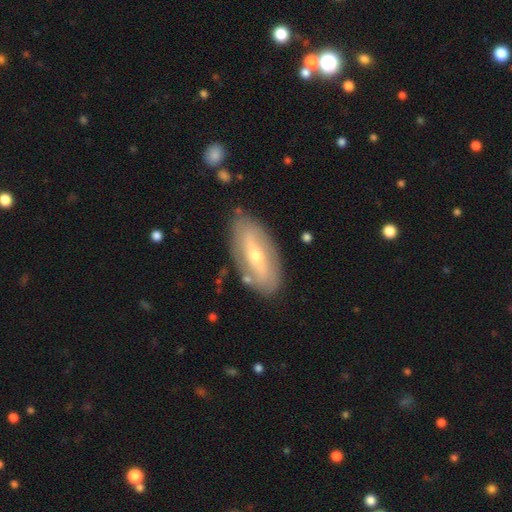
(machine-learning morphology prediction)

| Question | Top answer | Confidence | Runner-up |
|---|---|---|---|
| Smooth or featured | featured or disk | 66% | smooth (28%) |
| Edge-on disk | no | 83% | yes (17%) |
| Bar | strong | 37% | weak (33%) |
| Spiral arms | yes | 60% | no (40%) |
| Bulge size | moderate | 51% | small (44%) |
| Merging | none | 81% | minor disturbance (13%) |